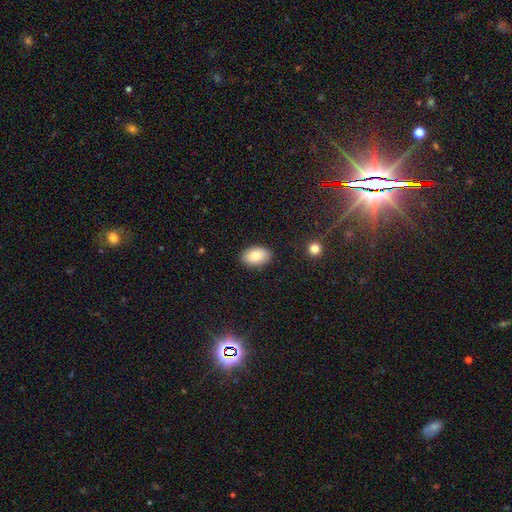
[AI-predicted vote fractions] Overall: smooth (85%). How rounded: in between (90%). Merging: none (87%).